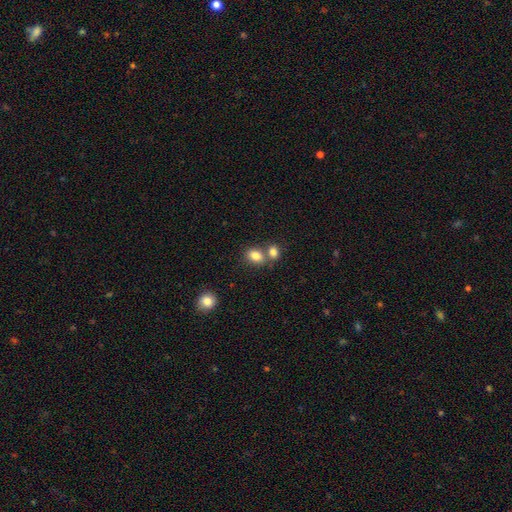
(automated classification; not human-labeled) smooth-or-featured: smooth: 83% | star or artifact: 10% | featured or disk: 7%
  how-rounded: in between: 67% | round: 31% | cigar-shaped: 1%
  merging: none: 46% | merger: 42% | minor disturbance: 9% | major disturbance: 3%